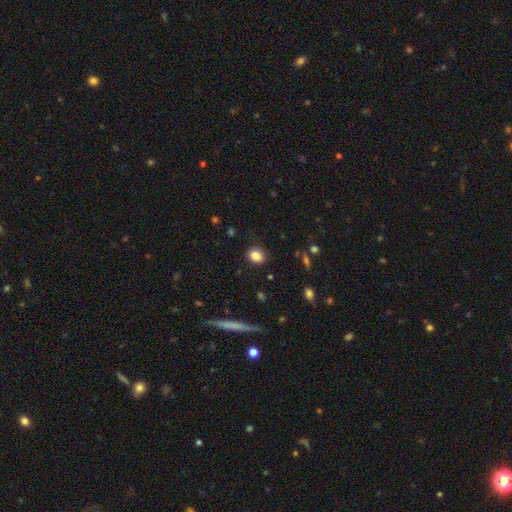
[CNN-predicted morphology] Smooth or featured? smooth (85%)
How rounded? round (55%)
Merging? none (87%)